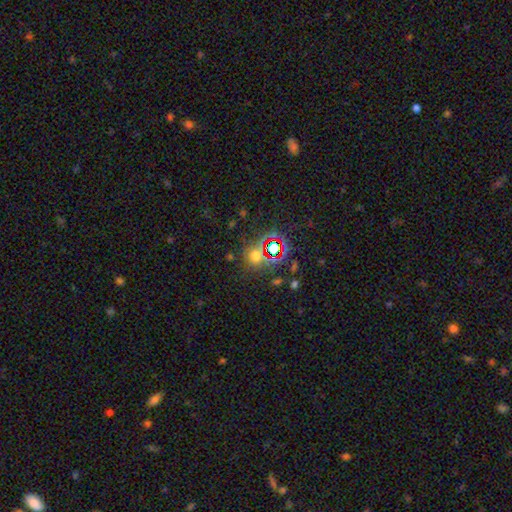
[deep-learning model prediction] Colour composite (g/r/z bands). It shows a smooth galaxy with no disk features (48%). Merging: none (71%).